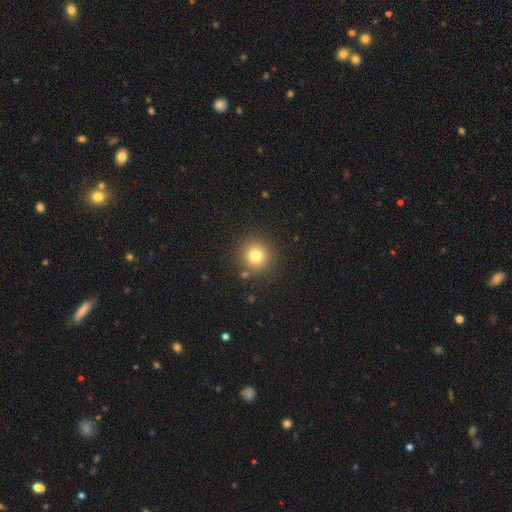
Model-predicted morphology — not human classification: Overall: smooth (79%). How rounded: round (94%). Merging: none (87%).